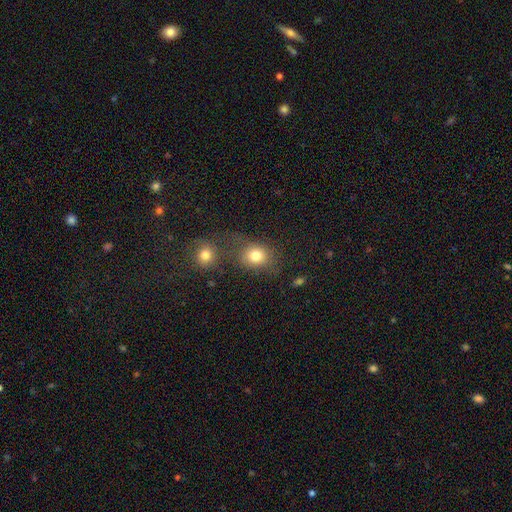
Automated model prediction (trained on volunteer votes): Smooth or featured? smooth (79%)
How rounded? round (64%)
Merging? none (50%)